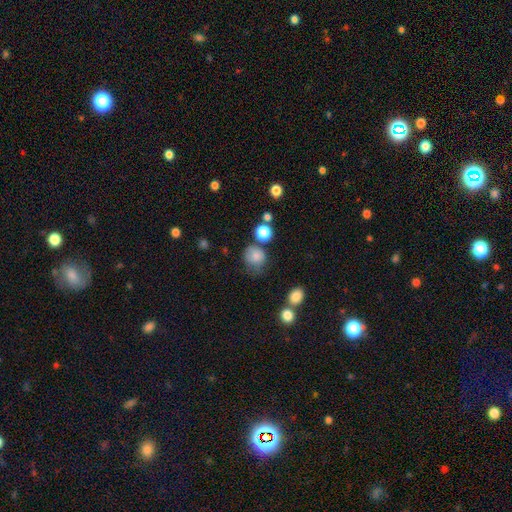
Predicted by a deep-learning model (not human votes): Q: Smooth or featured?
A: smooth (80%); runner-up: star or artifact (11%)
Q: How rounded?
A: round (79%); runner-up: in between (20%)
Q: Merging?
A: none (53%); runner-up: minor disturbance (28%)